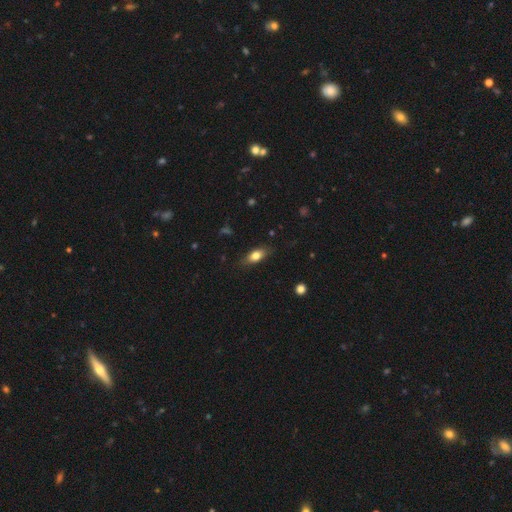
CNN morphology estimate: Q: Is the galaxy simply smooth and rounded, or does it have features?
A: smooth — 76%.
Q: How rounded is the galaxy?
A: in between — 82%.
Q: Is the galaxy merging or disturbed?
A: none — 80%.